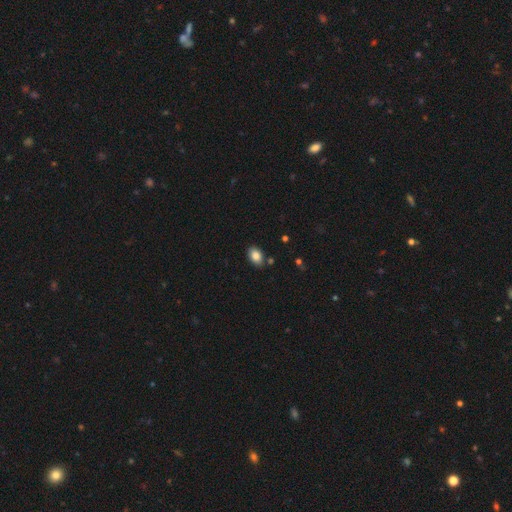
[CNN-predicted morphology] Smooth or featured? Predicted: smooth (p=0.85). How rounded? Predicted: in between (p=0.85). Merging? Predicted: none (p=0.83).